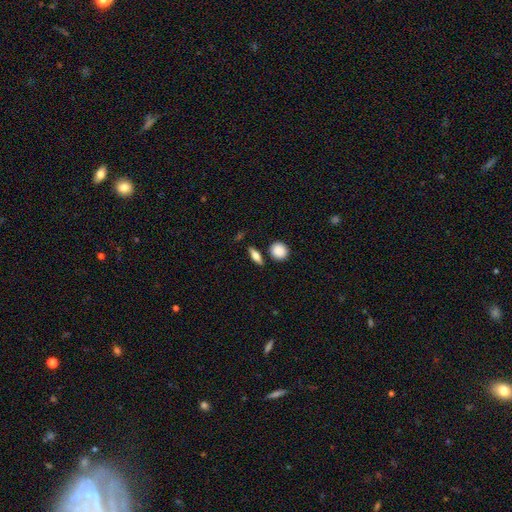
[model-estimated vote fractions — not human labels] Overall: smooth (65%; featured or disk 26%). How rounded: in between (52%; cigar-shaped 30%). Merging: none (80%).